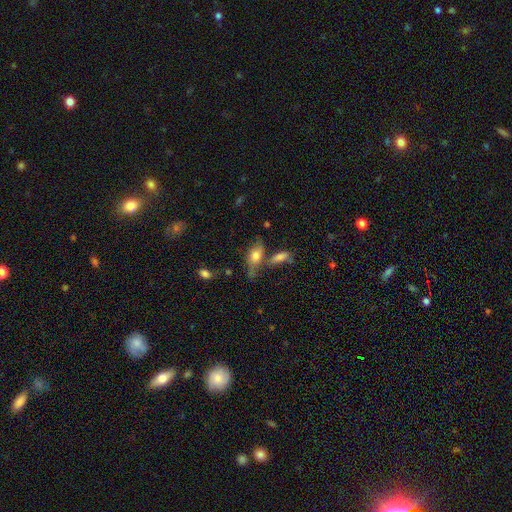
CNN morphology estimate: Q: Smooth or featured?
A: smooth (61%); runner-up: featured or disk (29%)
Q: How rounded?
A: in between (80%); runner-up: cigar-shaped (13%)
Q: Merging?
A: none (44%); runner-up: merger (22%)